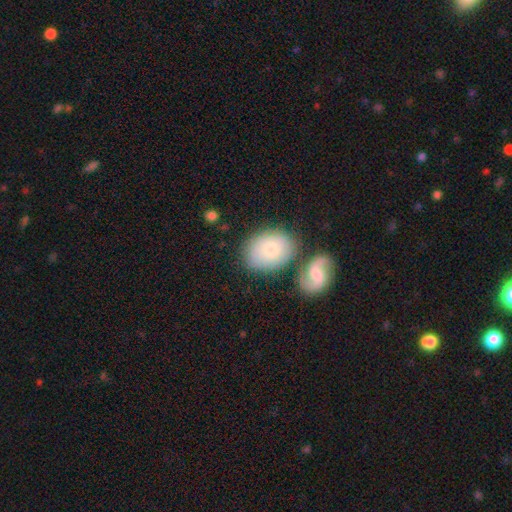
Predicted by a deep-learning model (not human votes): This appears to be a smooth galaxy with no disk features (75%) that is in between round and cigar-shaped (72%). Merging: none (64%).